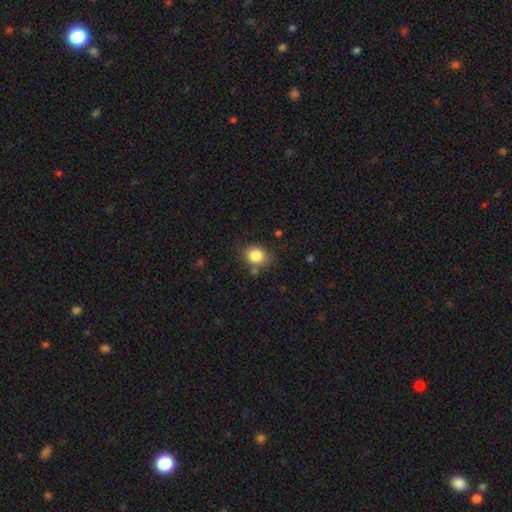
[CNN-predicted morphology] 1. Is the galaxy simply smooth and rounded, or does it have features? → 84% smooth, 10% star or artifact, 6% featured or disk.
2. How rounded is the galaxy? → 61% round, 39% in between, 1% cigar-shaped.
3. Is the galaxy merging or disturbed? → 75% none, 15% minor disturbance, 6% merger, 4% major disturbance.